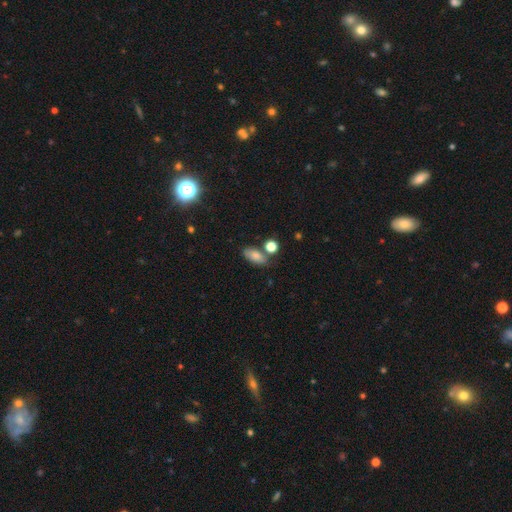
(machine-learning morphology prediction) The model was most divided on "merging": none: 67%, minor disturbance: 16%, merger: 12%, major disturbance: 5%. More confident: how rounded — in between (86%); smooth or featured — smooth (81%).